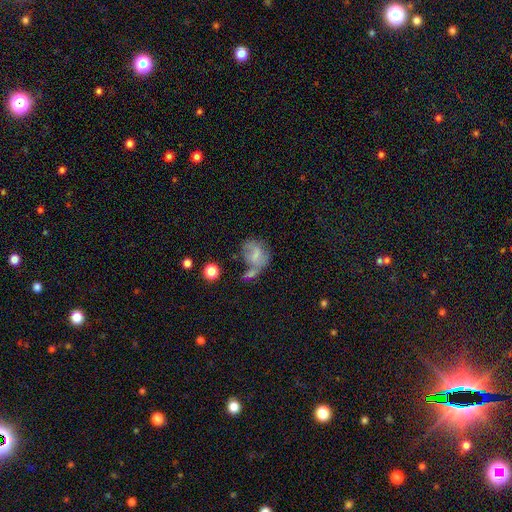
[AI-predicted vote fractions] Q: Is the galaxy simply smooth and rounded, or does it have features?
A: smooth — 52%.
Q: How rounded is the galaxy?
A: round — 49%, tied with in between.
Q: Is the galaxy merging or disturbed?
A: merger — 30%.